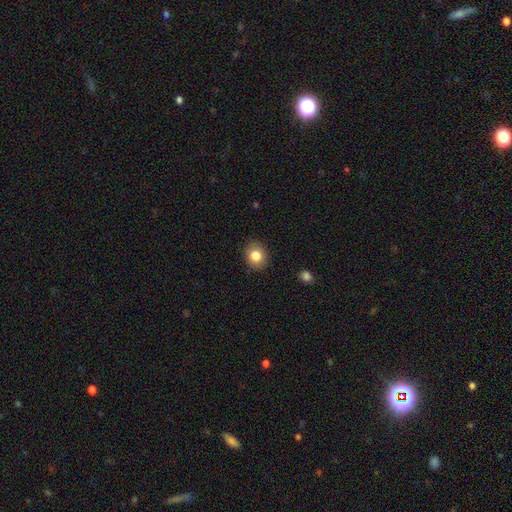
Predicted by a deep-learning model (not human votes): Smooth or featured? Predicted: smooth (p=0.83). How rounded? Predicted: round (p=0.67). Merging? Predicted: none (p=0.88).